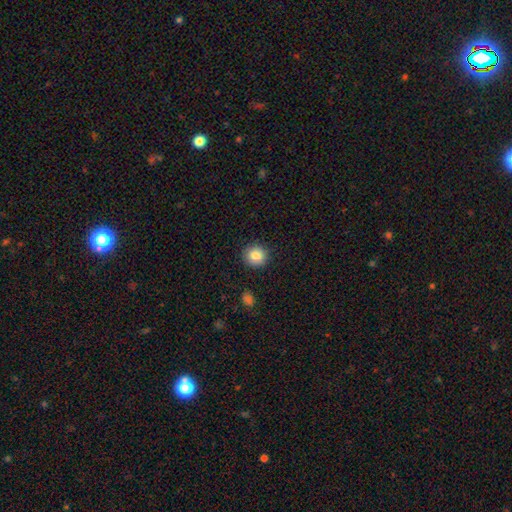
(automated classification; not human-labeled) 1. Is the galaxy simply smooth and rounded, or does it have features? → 85% smooth, 9% star or artifact, 6% featured or disk.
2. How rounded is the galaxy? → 89% round, 10% in between, 1% cigar-shaped.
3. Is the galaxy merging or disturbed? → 90% none, 7% minor disturbance, 2% major disturbance, 1% merger.